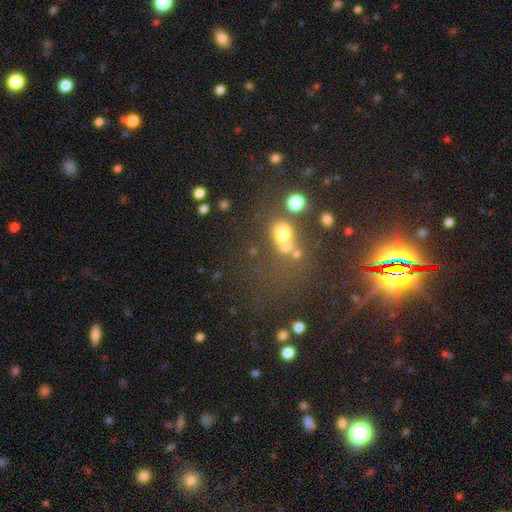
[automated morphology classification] The model was most divided on "smooth or featured": star or artifact: 61%, smooth: 25%, featured or disk: 13%.